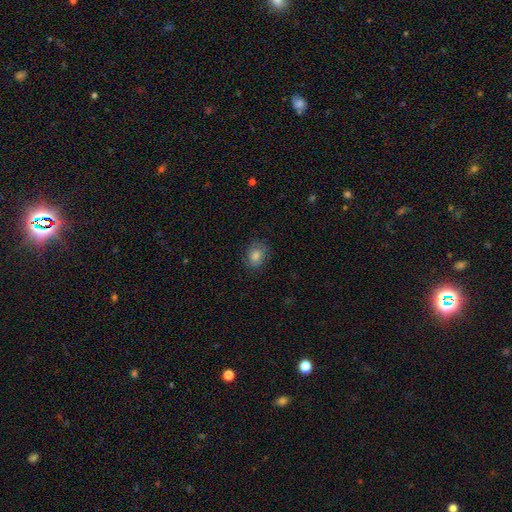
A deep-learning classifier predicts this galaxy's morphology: Q: Smooth or featured?
A: smooth (74%); runner-up: featured or disk (13%)
Q: How rounded?
A: round (52%); runner-up: in between (47%)
Q: Merging?
A: none (82%); runner-up: minor disturbance (13%)